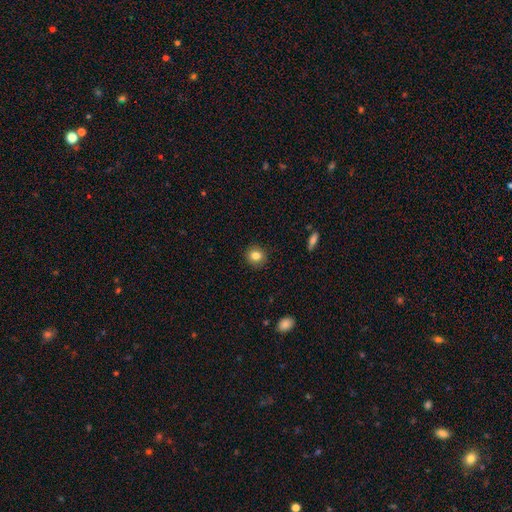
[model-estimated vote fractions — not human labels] The model was most divided on "how rounded": round: 84%, in between: 15%, cigar-shaped: 1%. More confident: merging — none (90%); smooth or featured — smooth (83%).